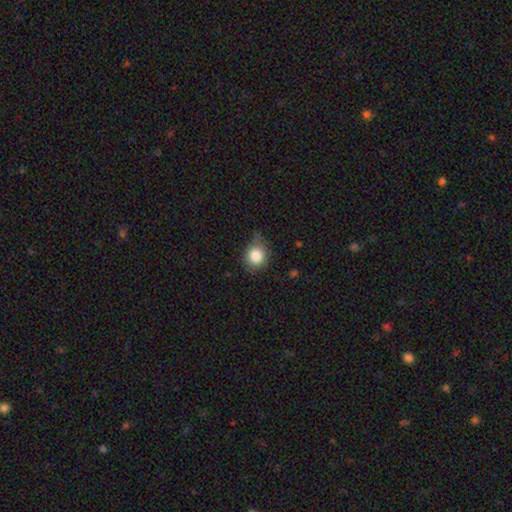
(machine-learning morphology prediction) Smooth or featured? Predicted: smooth (p=0.84). How rounded? Predicted: round (p=0.77). Merging? Predicted: none (p=0.62).